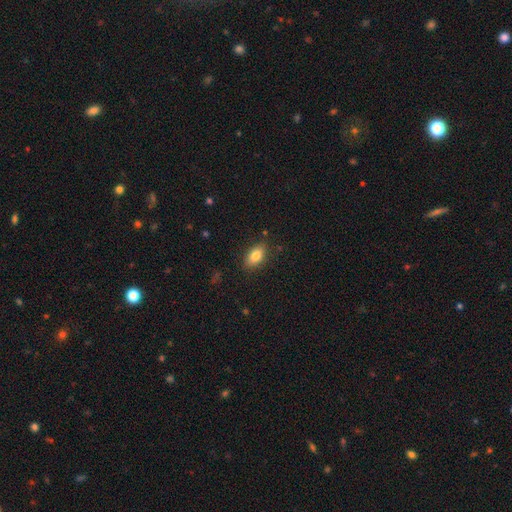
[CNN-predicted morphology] This appears to be a smooth galaxy with no disk features (82%) that is in between round and cigar-shaped (89%). Merging: none (85%).